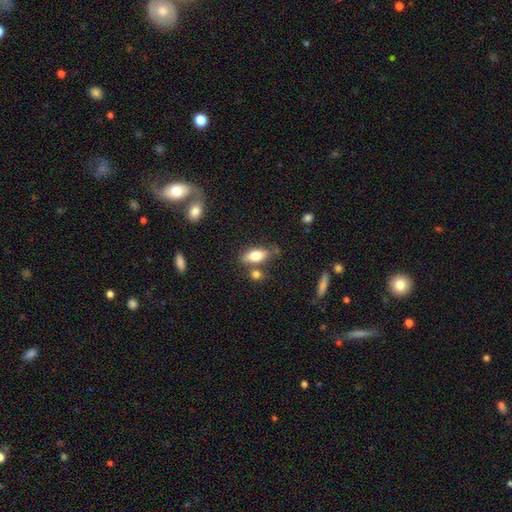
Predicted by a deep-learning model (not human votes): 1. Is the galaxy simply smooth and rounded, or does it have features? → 72% smooth, 21% featured or disk, 7% star or artifact.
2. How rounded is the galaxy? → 79% in between, 16% cigar-shaped, 4% round.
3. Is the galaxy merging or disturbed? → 66% none, 15% minor disturbance, 15% merger, 4% major disturbance.